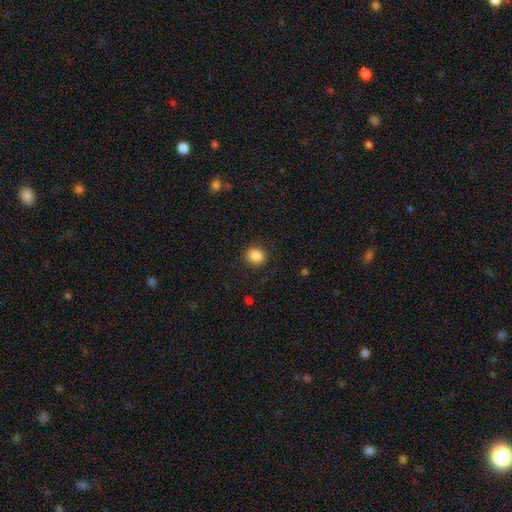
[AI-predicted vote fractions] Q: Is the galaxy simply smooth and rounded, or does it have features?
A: smooth — 87%.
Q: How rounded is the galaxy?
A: round — 76%.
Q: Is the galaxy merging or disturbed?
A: none — 89%.